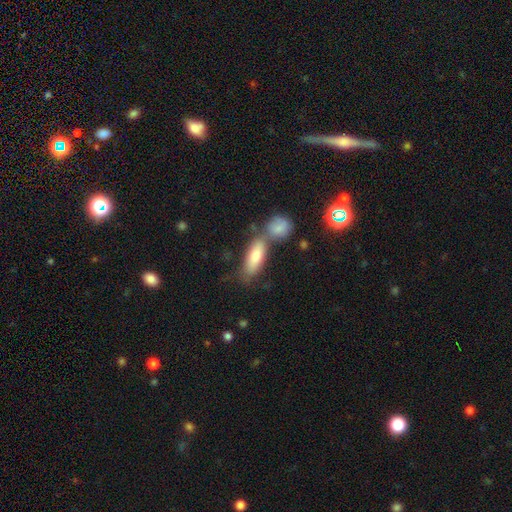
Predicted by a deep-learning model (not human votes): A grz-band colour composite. It shows a smooth galaxy with no disk features (71%) that is in between round and cigar-shaped (61%). Merging: none (53%).